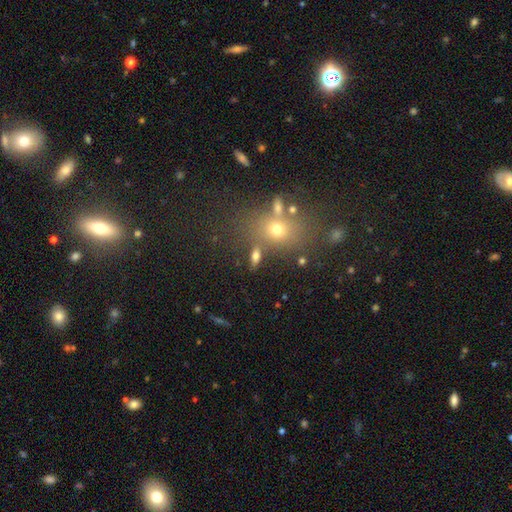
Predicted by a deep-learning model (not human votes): A smooth galaxy with no disk features (64%) that is in between round and cigar-shaped (71%). Merging: none (69%).